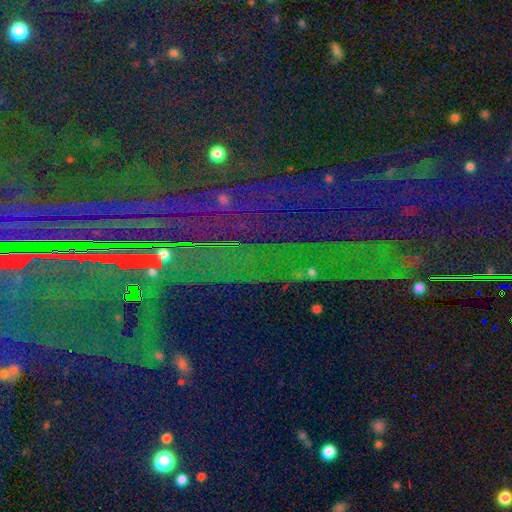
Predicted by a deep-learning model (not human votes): The model was most divided on "smooth or featured": star or artifact: 87%, featured or disk: 6%, smooth: 6%.